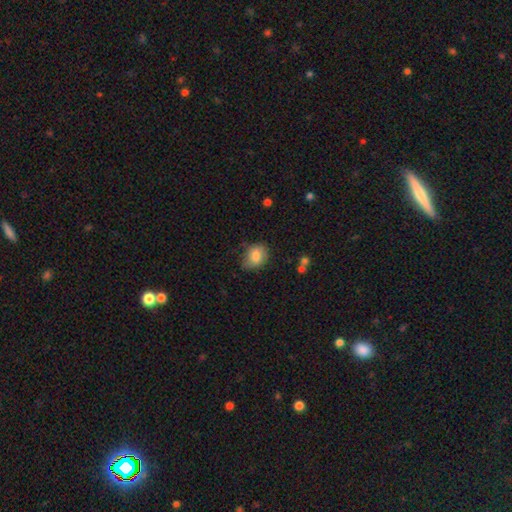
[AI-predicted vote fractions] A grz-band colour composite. It shows a smooth galaxy with no disk features (81%) that is in between round and cigar-shaped (58%). Merging: none (64%).